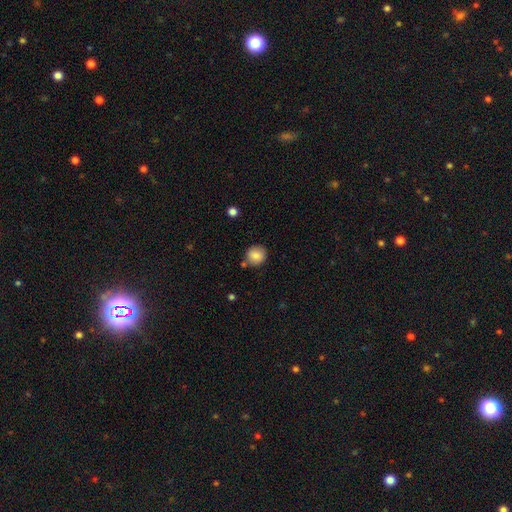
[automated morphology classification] Smooth or featured? smooth (85%)
How rounded? round (87%)
Merging? none (80%)